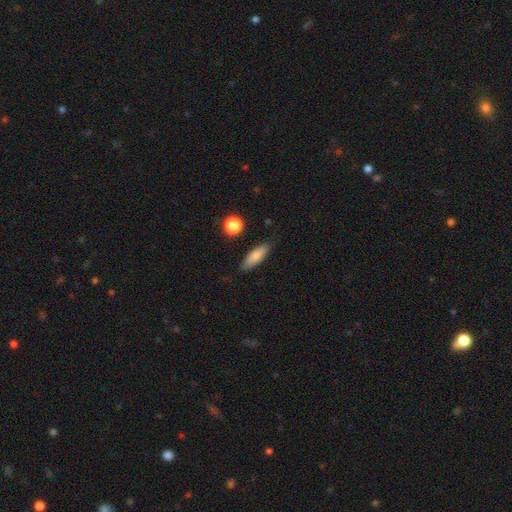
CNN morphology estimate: smooth_or_featured: smooth (p=0.80) [alt: featured or disk p=0.13]
how_rounded: in between (p=0.52) [alt: cigar-shaped p=0.46]
merging: none (p=0.84) [alt: minor disturbance p=0.12]